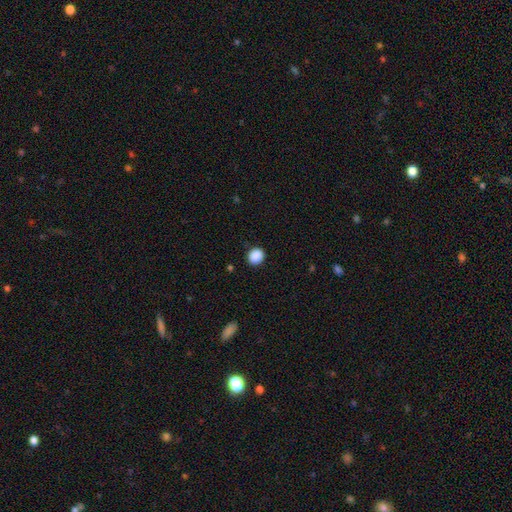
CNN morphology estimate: Smooth or featured? Predicted: smooth (p=0.89). How rounded? Predicted: round (p=0.77). Merging? Predicted: none (p=0.89).